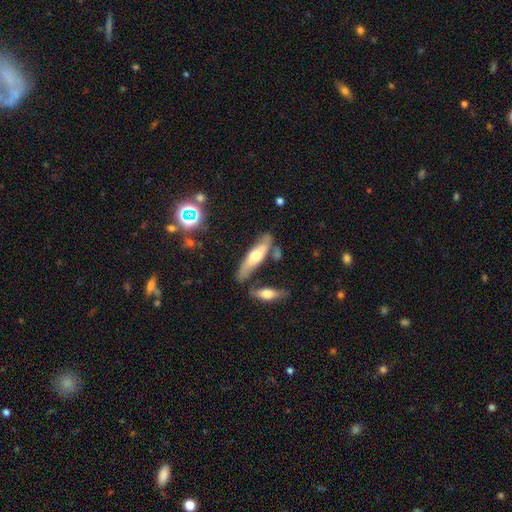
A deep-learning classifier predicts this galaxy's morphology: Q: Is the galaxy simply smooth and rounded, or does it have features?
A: smooth — 49%.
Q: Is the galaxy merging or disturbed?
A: none — 67%.